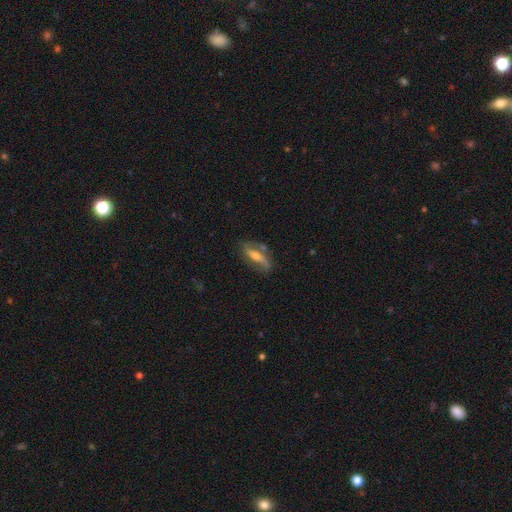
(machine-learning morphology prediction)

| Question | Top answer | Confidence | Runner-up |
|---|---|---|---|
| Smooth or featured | featured or disk | 58% | smooth (35%) |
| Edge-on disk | no | 74% | yes (26%) |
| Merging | none | 64% | minor disturbance (21%) |